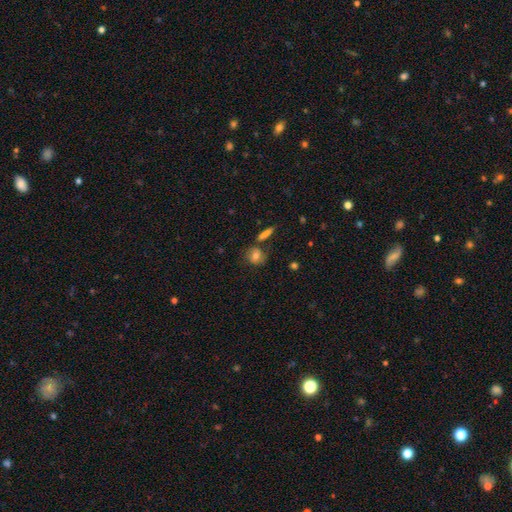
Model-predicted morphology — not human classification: The model was most divided on "smooth or featured": smooth: 73%, featured or disk: 18%, star or artifact: 10%. More confident: how rounded — round (76%); merging — none (71%).